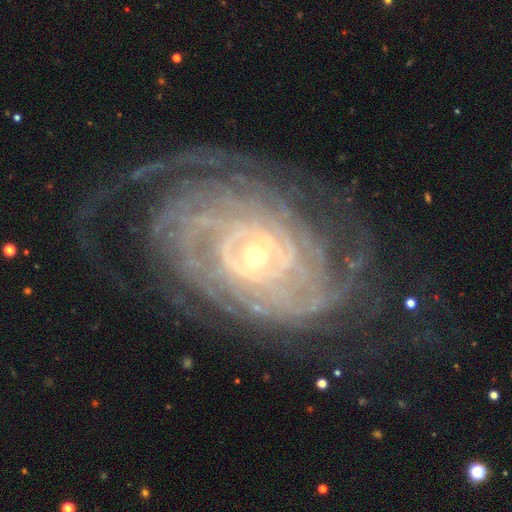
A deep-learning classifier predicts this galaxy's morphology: Q: Smooth or featured?
A: featured or disk (90%); runner-up: star or artifact (5%)
Q: Edge-on disk?
A: no (96%); runner-up: yes (4%)
Q: Bar?
A: no (60%); runner-up: weak (27%)
Q: Spiral arms?
A: yes (97%); runner-up: no (3%)
Q: Spiral winding?
A: tight (80%); runner-up: medium (16%)
Q: Spiral arm count?
A: can't tell (29%); runner-up: more than 4 (21%)
Q: Bulge size?
A: small (68%); runner-up: moderate (28%)
Q: Merging?
A: none (68%); runner-up: minor disturbance (16%)